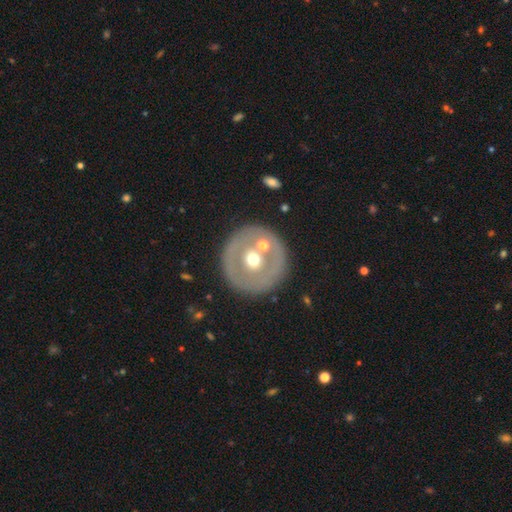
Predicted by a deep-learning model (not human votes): Smooth or featured? featured or disk (51%)
Edge-on disk? no (93%)
Merging? none (81%)